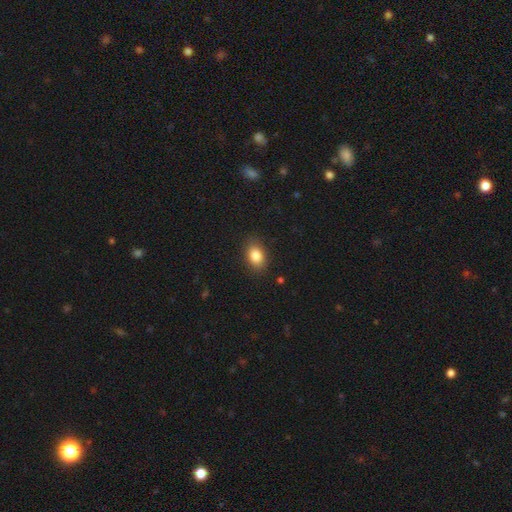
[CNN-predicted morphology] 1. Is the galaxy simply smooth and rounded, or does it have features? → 84% smooth, 9% star or artifact, 7% featured or disk.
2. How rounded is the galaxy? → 78% in between, 21% round, 1% cigar-shaped.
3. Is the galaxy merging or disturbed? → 86% none, 10% minor disturbance, 3% major disturbance, 1% merger.